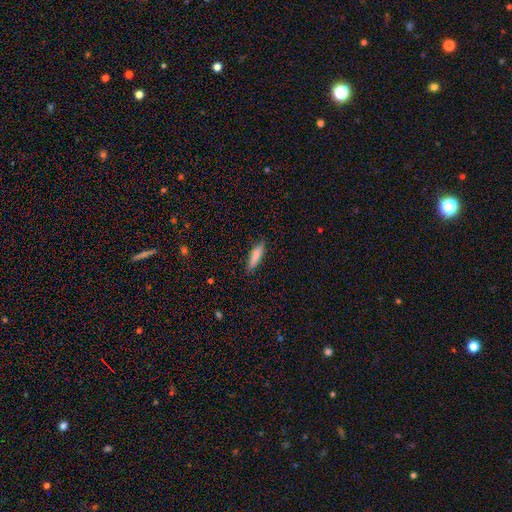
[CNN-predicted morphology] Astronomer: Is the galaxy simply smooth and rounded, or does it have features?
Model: smooth — 83%.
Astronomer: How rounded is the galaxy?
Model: cigar-shaped — 72%.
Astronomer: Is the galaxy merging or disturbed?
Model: none — 85%.